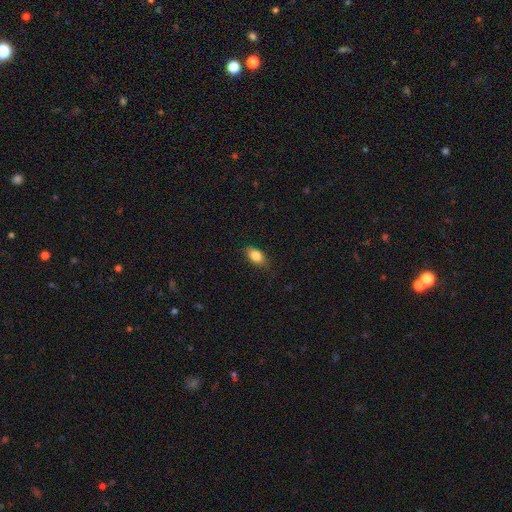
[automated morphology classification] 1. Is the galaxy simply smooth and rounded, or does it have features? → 83% smooth, 9% featured or disk, 8% star or artifact.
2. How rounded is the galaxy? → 87% in between, 9% round, 4% cigar-shaped.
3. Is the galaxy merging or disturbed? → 84% none, 13% minor disturbance, 2% major disturbance, 1% merger.